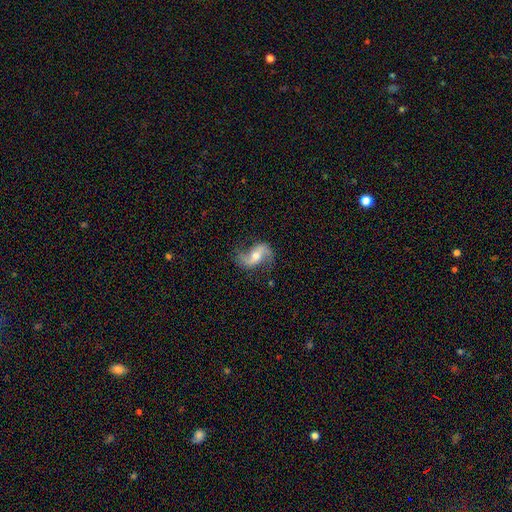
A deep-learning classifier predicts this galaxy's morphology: Q: Smooth or featured?
A: featured or disk (83%); runner-up: smooth (11%)
Q: Edge-on disk?
A: no (96%); runner-up: yes (4%)
Q: Bar?
A: no (41%); runner-up: weak (37%)
Q: Spiral arms?
A: yes (95%); runner-up: no (5%)
Q: Spiral winding?
A: loose (71%); runner-up: medium (23%)
Q: Spiral arm count?
A: 2 (92%); runner-up: can't tell (2%)
Q: Bulge size?
A: moderate (63%); runner-up: small (29%)
Q: Merging?
A: none (75%); runner-up: minor disturbance (16%)